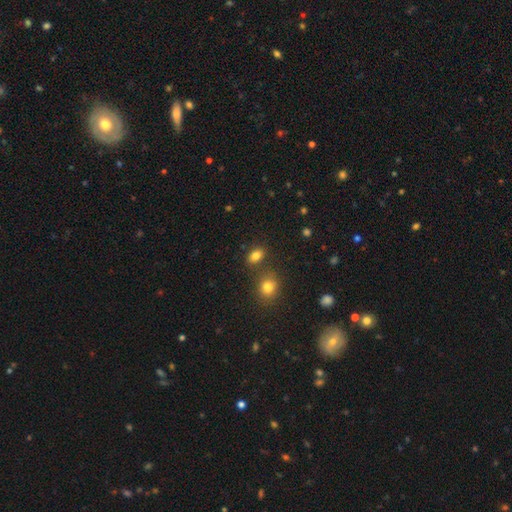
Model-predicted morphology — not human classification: Overall: smooth (82%). How rounded: in between (77%). Merging: none (73%).